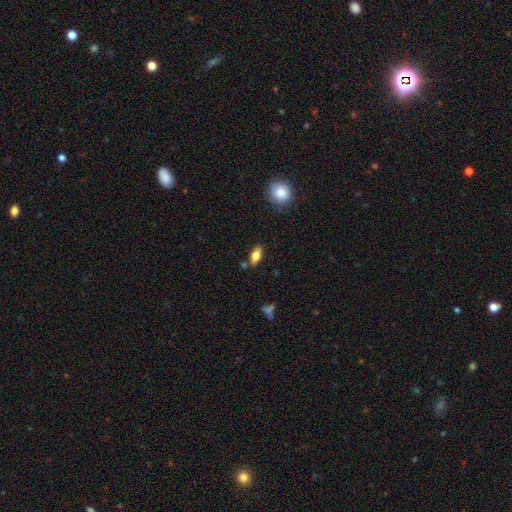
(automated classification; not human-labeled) This appears to be a smooth galaxy with no disk features (72%) that is in between round and cigar-shaped (82%). Merging: none (80%).